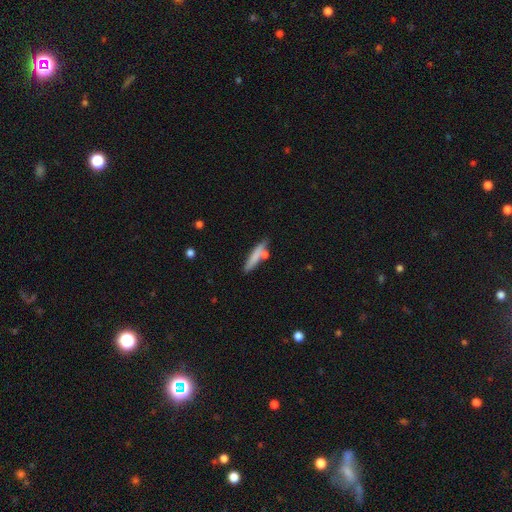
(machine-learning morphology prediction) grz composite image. It shows a smooth galaxy with no disk features (72%) that is cigar-shaped (84%). Merging: none (65%).